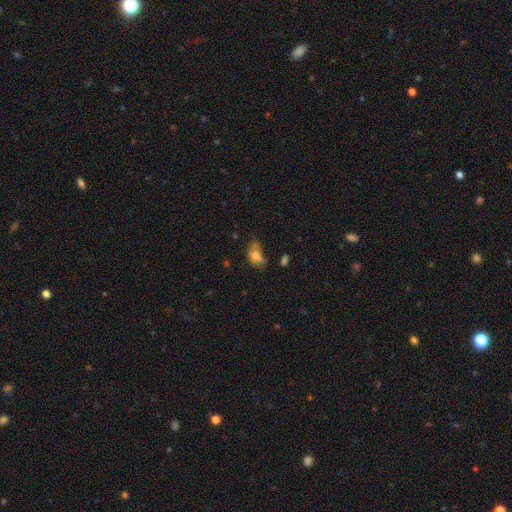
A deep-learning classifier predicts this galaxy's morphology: The model was most divided on "merging": minor disturbance: 33%, major disturbance: 30%, none: 30%, merger: 8%. More confident: how rounded — in between (85%); smooth or featured — smooth (72%).